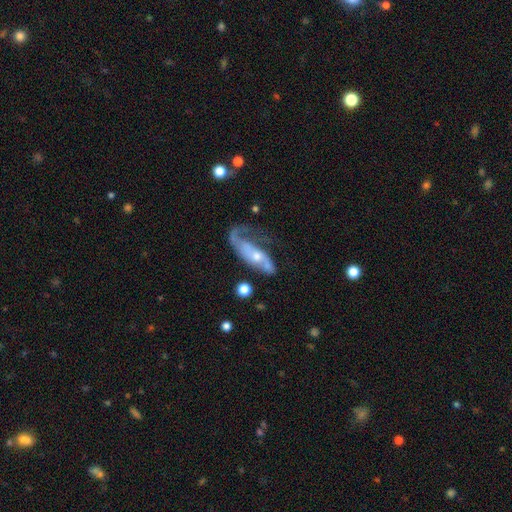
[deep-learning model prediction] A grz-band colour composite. It shows a featured or disk galaxy (70%) with no bar (66%), spiral arms (79%) and a small central bulge (46%). Merging: major disturbance (42%).